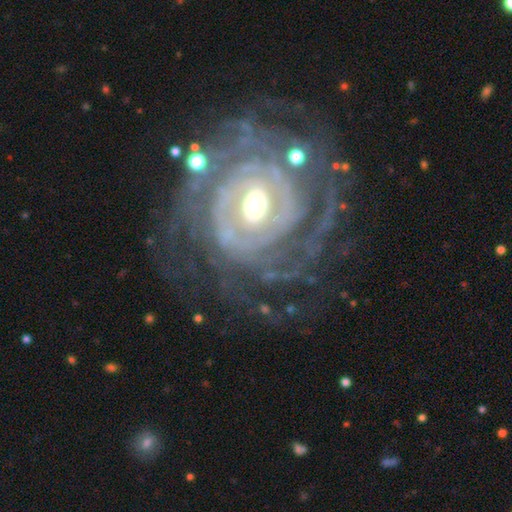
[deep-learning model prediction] Smooth or featured? featured or disk (89%)
Edge-on disk? no (97%)
Bar? weak (38%)
Spiral arms? yes (95%)
Spiral winding? tight (80%)
Spiral arm count? can't tell (30%)
Bulge size? moderate (61%)
Merging? none (72%)